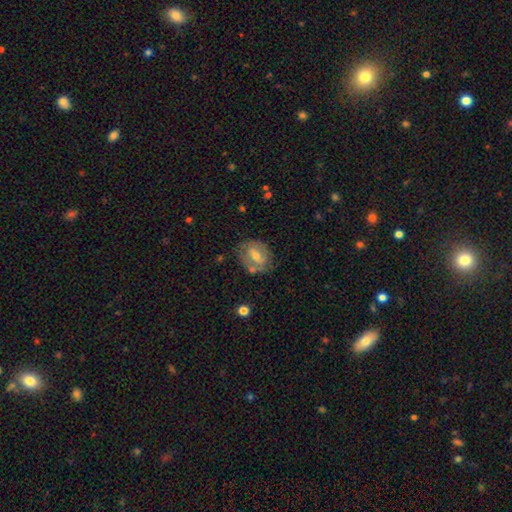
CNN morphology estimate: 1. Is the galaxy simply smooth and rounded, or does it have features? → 60% featured or disk, 33% smooth, 7% star or artifact.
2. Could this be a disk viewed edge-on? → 95% no, 5% yes.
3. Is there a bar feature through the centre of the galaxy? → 48% weak, 28% no, 24% strong.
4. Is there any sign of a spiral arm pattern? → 62% yes, 38% no.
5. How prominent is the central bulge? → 60% moderate, 34% small, 3% large, 2% none, 1% dominant.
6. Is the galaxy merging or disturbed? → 65% none, 21% minor disturbance, 8% major disturbance, 6% merger.